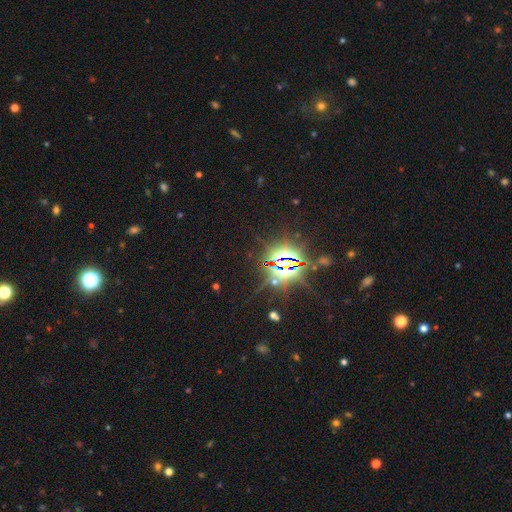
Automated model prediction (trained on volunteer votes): Overall: star or artifact (86%).